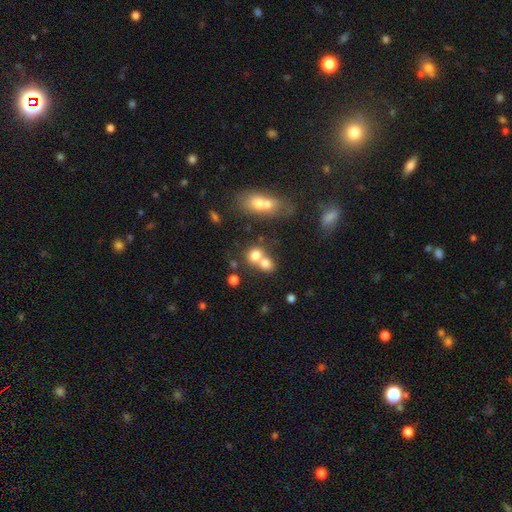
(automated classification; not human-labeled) Morphology: type=smooth (72%); roundness=round (69%); merging=merger (61%).